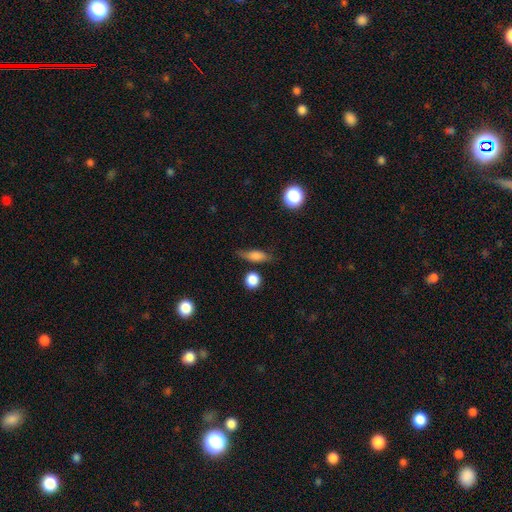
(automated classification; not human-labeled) smooth_or_featured: smooth (p=0.71) [alt: featured or disk p=0.19]
how_rounded: in between (p=0.53) [alt: cigar-shaped p=0.36]
merging: none (p=0.64) [alt: minor disturbance p=0.24]